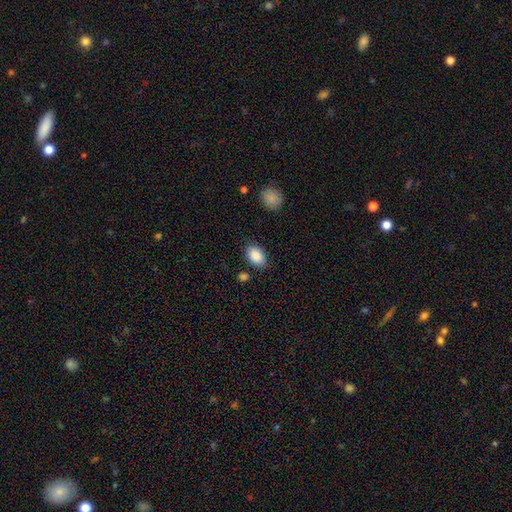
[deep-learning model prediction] This is clearly a smooth galaxy (88%). How rounded: clearly in between (84%). Merging: clearly none (82%).